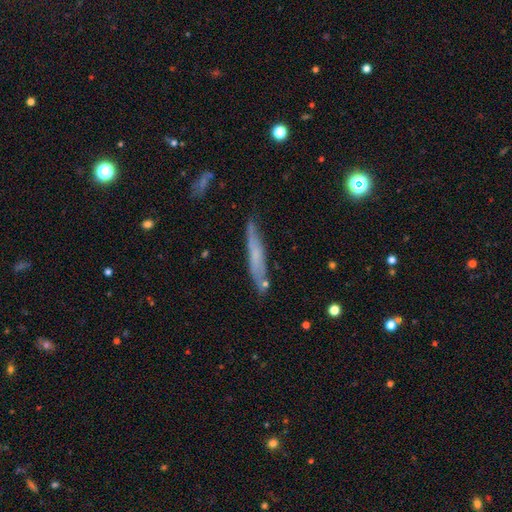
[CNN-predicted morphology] This appears to be a smooth galaxy with no disk features (49%). Merging: none (76%).